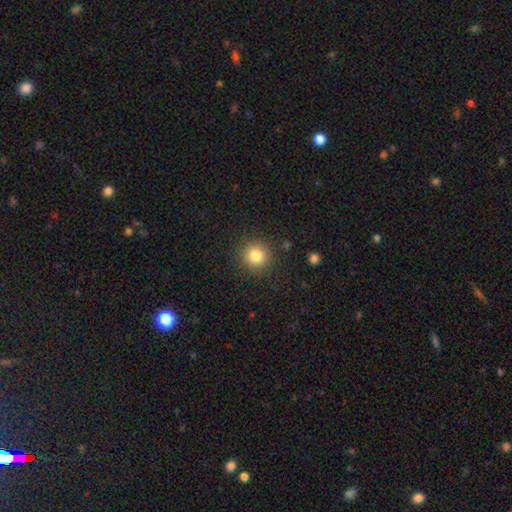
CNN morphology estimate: Overall: smooth (82%). How rounded: round (94%). Merging: none (89%).